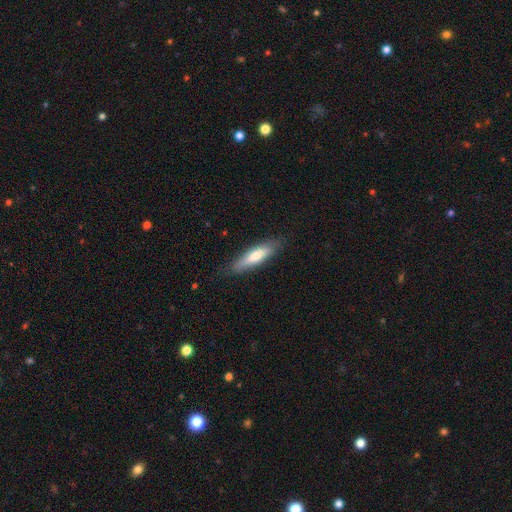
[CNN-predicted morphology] Smooth or featured? smooth (68%)
How rounded? cigar-shaped (71%)
Merging? none (82%)